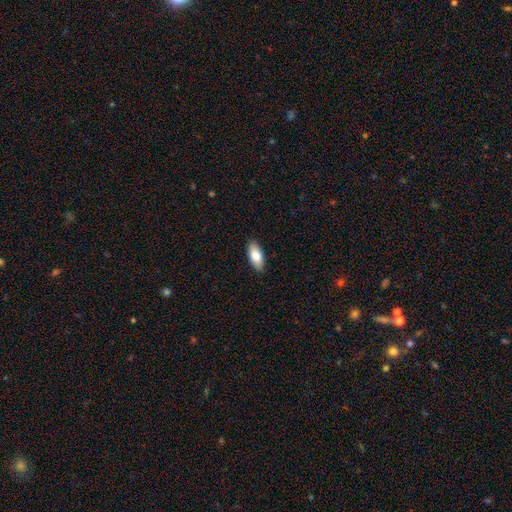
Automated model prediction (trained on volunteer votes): smooth-or-featured: smooth: 82% | featured or disk: 12% | star or artifact: 6%
  how-rounded: in between: 88% | cigar-shaped: 10% | round: 2%
  merging: none: 89% | minor disturbance: 9% | major disturbance: 2% | merger: 1%